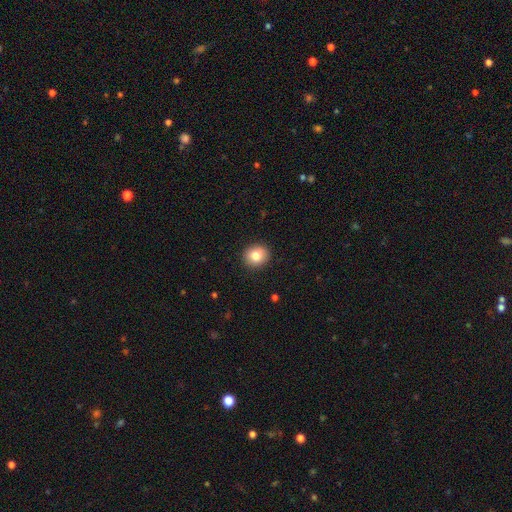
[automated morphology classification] Smooth or featured? Predicted: smooth (p=0.81). How rounded? Predicted: round (p=0.82). Merging? Predicted: none (p=0.91).